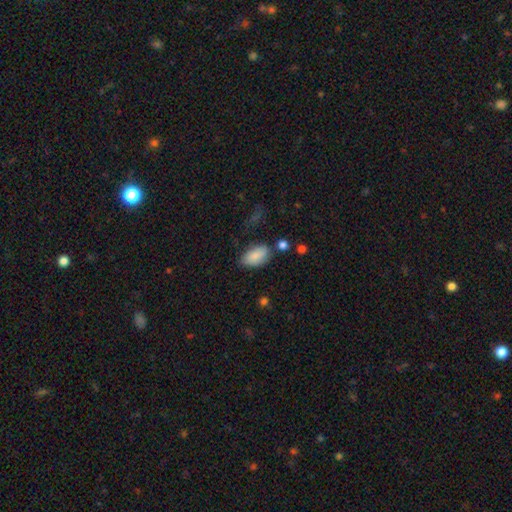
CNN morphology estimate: Smooth or featured?
  - smooth: 86% *
  - featured or disk: 8%
  - star or artifact: 7%
How rounded?
  - in between: 94% *
  - round: 4%
  - cigar-shaped: 3%
Merging?
  - none: 70% *
  - minor disturbance: 20%
  - merger: 5%
  - major disturbance: 5%